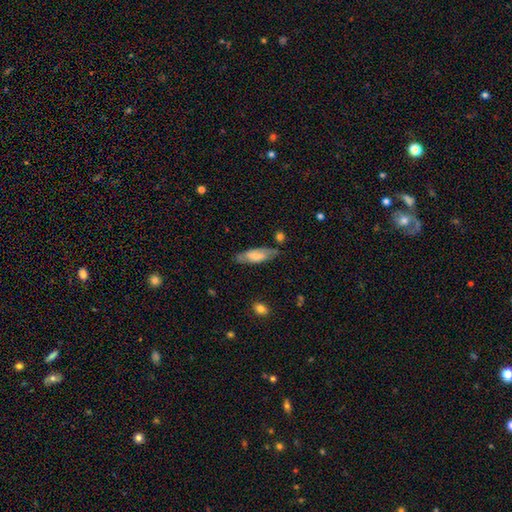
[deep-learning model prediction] Smooth or featured: smooth — 57% (featured or disk — 37%)
How rounded: in between — 64% (cigar-shaped — 34%)
Merging: none — 70% (minor disturbance — 21%)